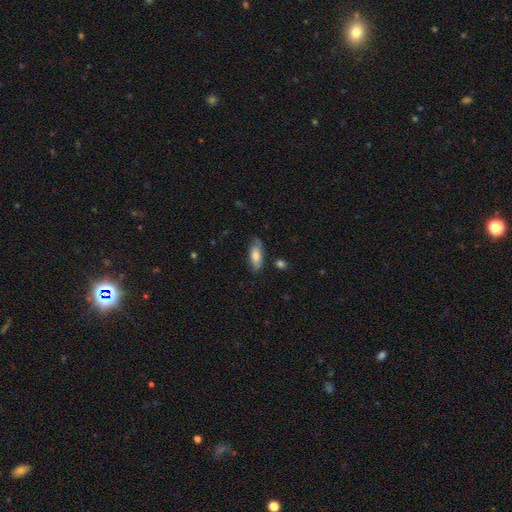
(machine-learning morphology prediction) Smooth or featured?
  - smooth: 74% *
  - featured or disk: 20%
  - star or artifact: 6%
How rounded?
  - in between: 78% *
  - cigar-shaped: 20%
  - round: 2%
Merging?
  - none: 74% *
  - minor disturbance: 19%
  - major disturbance: 4%
  - merger: 2%